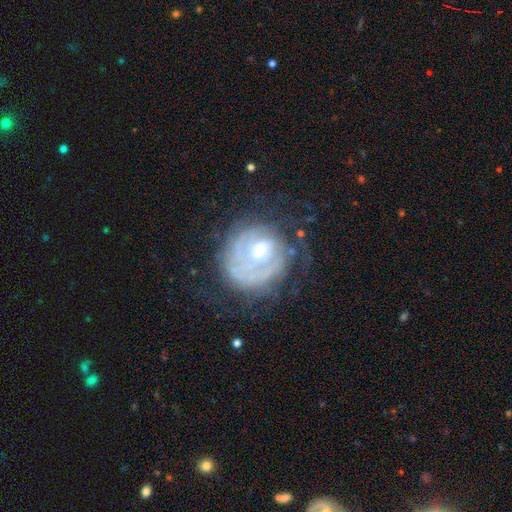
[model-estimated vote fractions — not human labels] Smooth or featured? Predicted: featured or disk (p=0.73). Edge-on disk? Predicted: no (p=0.97). Bar? Predicted: no (p=0.54). Spiral arms? Predicted: yes (p=0.74). Spiral winding? Predicted: tight (p=0.68). Spiral arm count? Predicted: can't tell (p=0.50). Bulge size? Predicted: moderate (p=0.50). Merging? Predicted: none (p=0.59).